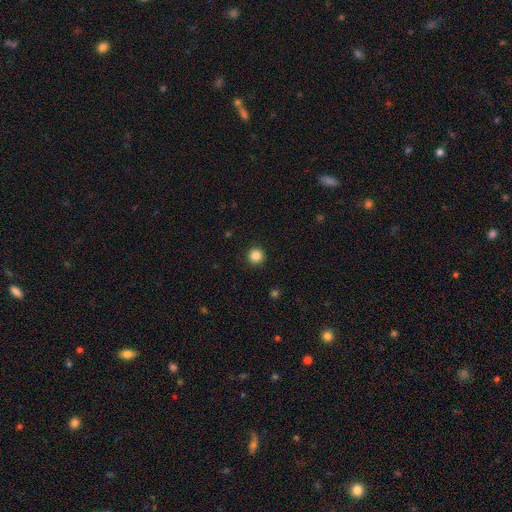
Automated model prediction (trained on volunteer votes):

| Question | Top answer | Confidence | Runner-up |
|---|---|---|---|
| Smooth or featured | smooth | 85% | star or artifact (11%) |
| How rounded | round | 96% | in between (3%) |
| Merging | none | 93% | minor disturbance (5%) |